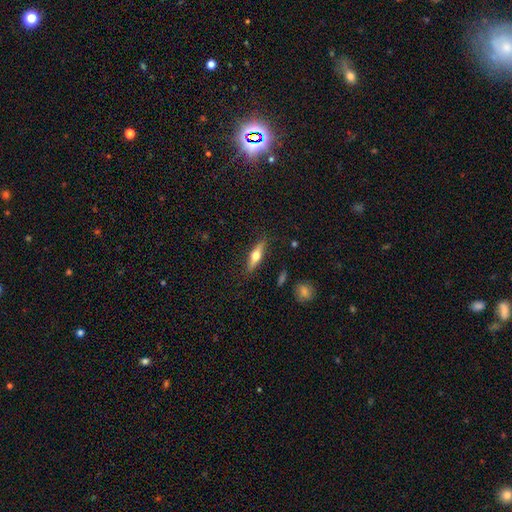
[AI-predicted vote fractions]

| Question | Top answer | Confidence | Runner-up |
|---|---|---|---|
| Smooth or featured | featured or disk | 53% | smooth (41%) |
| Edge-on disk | yes | 93% | no (7%) |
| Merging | none | 86% | minor disturbance (10%) |